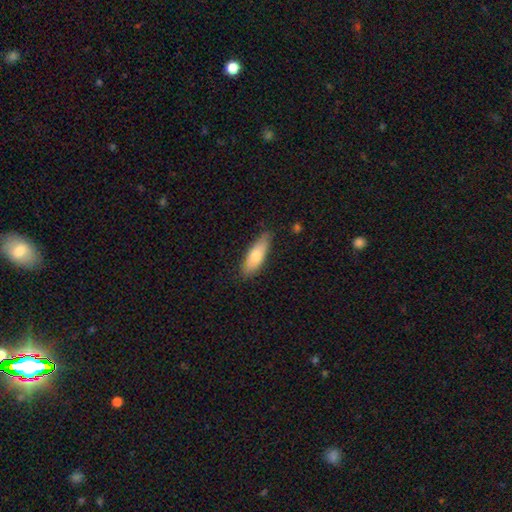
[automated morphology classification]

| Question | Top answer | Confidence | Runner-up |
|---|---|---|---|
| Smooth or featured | smooth | 72% | featured or disk (22%) |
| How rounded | in between | 60% | cigar-shaped (38%) |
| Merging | none | 78% | minor disturbance (18%) |